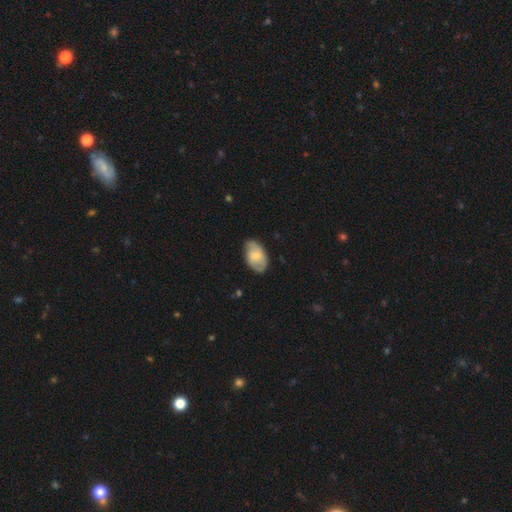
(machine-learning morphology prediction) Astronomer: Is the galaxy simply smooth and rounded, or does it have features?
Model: smooth — 64%.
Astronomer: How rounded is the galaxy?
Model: in between — 92%.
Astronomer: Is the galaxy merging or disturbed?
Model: none — 66%.